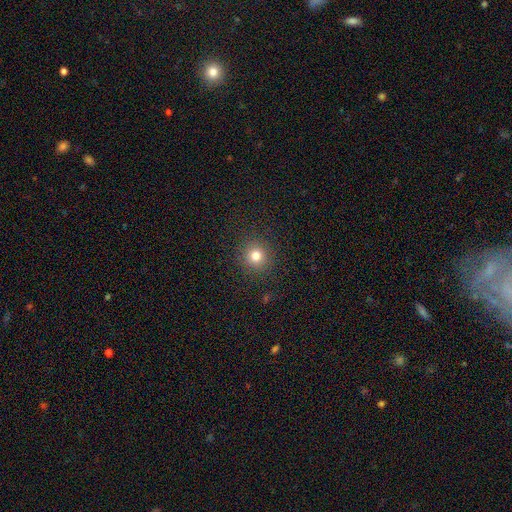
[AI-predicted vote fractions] Morphology: type=smooth (79%); roundness=round (92%); merging=none (90%).